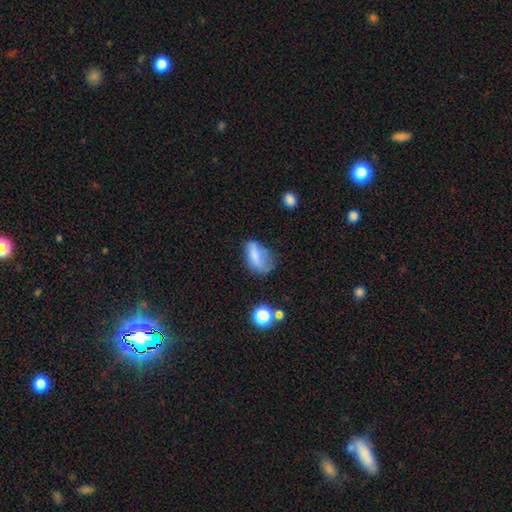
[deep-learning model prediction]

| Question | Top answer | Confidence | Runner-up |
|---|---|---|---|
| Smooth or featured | smooth | 71% | featured or disk (18%) |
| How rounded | in between | 86% | round (9%) |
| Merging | none | 40% | minor disturbance (35%) |